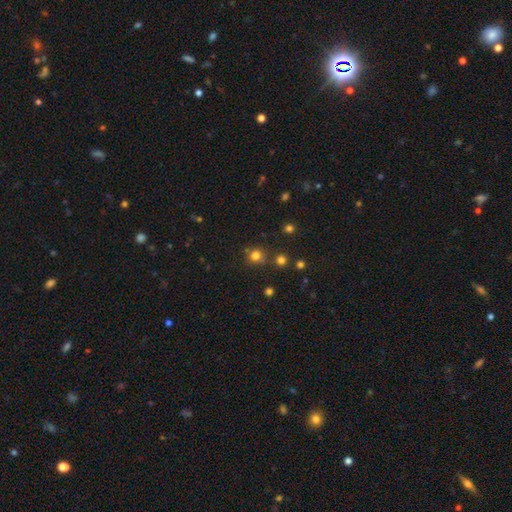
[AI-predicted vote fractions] This appears to be a smooth galaxy with no disk features (74%) that is round (91%). Merging: none (77%).